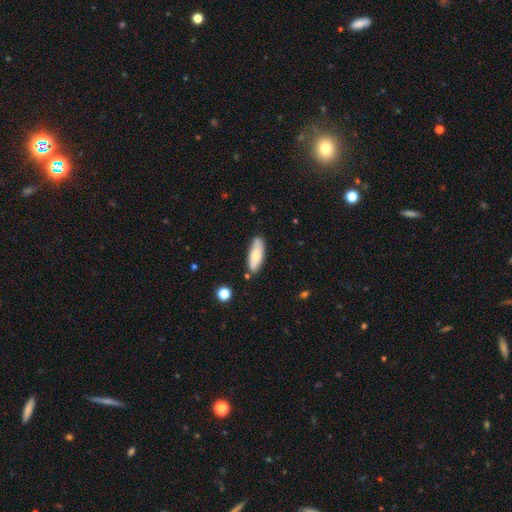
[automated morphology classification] A smooth galaxy with no disk features (71%) that is in between round and cigar-shaped (63%).

Vote fractions:
- Smooth or featured? smooth: 71% / featured or disk: 23% / star or artifact: 6%
- How rounded? in between: 63% / cigar-shaped: 35% / round: 2%
- Merging? none: 80% / minor disturbance: 13% / merger: 4% / major disturbance: 2%